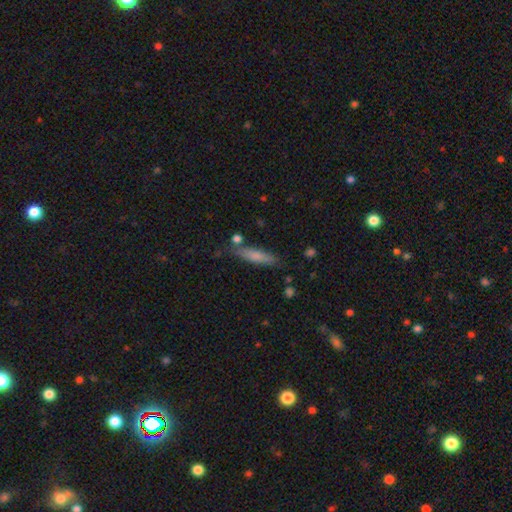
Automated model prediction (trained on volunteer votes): Smooth or featured? smooth (70%)
How rounded? cigar-shaped (80%)
Merging? none (76%)